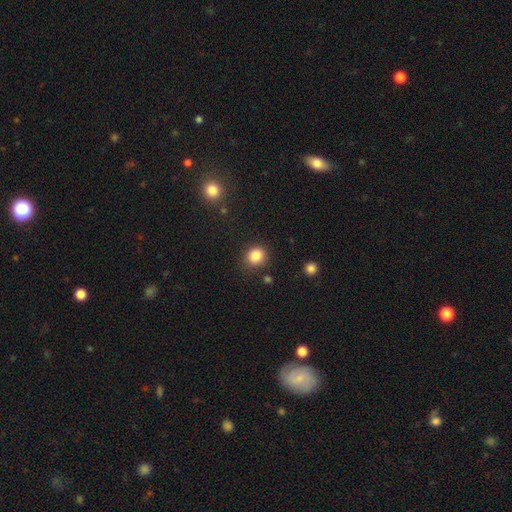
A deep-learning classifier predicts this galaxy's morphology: smooth 85%, star or artifact 11%, featured or disk 4%. Down the decision tree: how rounded — round (83%); merging — none (85%).